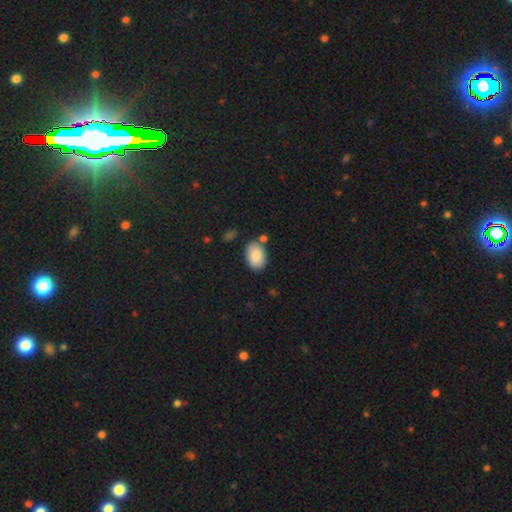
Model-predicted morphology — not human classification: smooth 87%, star or artifact 6%, featured or disk 6%. Down the decision tree: how rounded — in between (90%); merging — none (73%).